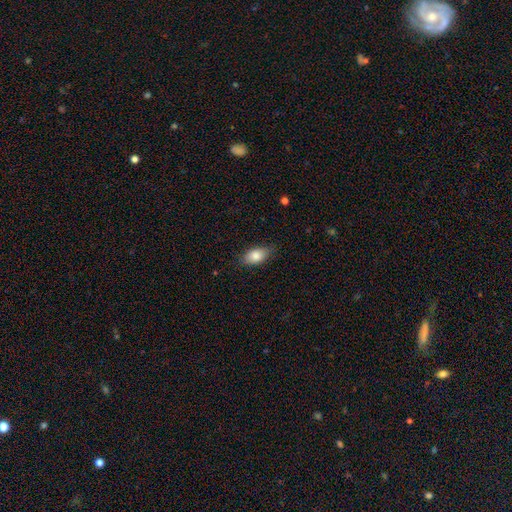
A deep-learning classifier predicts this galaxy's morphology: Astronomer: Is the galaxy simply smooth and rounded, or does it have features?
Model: smooth — 83%.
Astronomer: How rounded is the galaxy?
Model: in between — 89%.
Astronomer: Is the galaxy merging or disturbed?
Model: none — 80%.